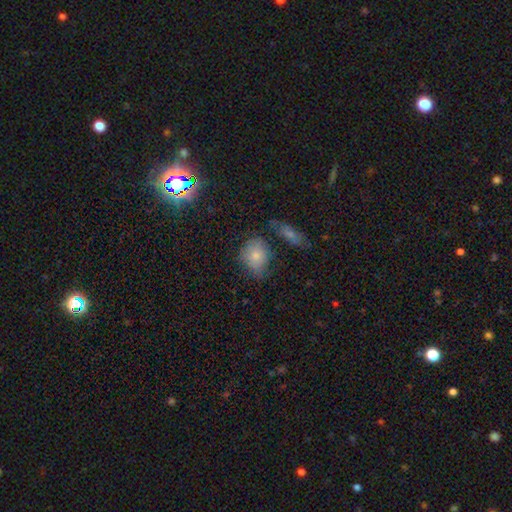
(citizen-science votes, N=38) Q: Smooth or featured?
A: smooth (76%); runner-up: featured or disk (16%)
Q: How rounded?
A: round (62%); runner-up: in between (38%)
Q: Merging?
A: none (43%); runner-up: minor disturbance (29%)